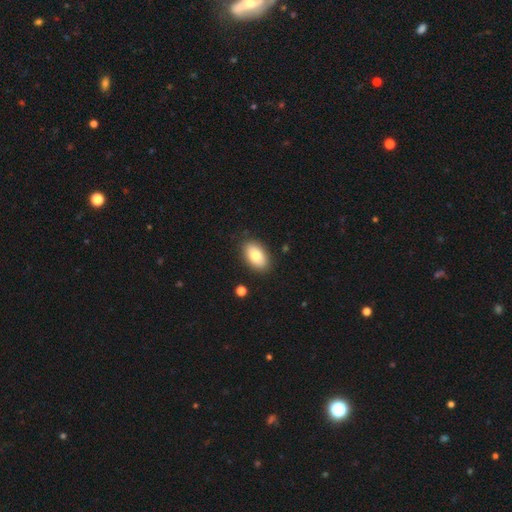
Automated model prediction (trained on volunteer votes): smooth-or-featured: smooth: 79% | featured or disk: 14% | star or artifact: 7%
  how-rounded: in between: 92% | round: 6% | cigar-shaped: 2%
  merging: none: 86% | minor disturbance: 10% | major disturbance: 2% | merger: 2%